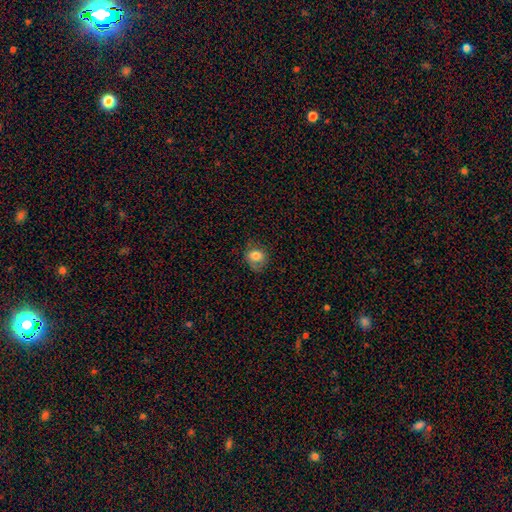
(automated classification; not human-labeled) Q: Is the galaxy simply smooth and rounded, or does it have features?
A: smooth — 77%.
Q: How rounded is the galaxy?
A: round — 58%.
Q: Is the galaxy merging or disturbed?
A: none — 59%.